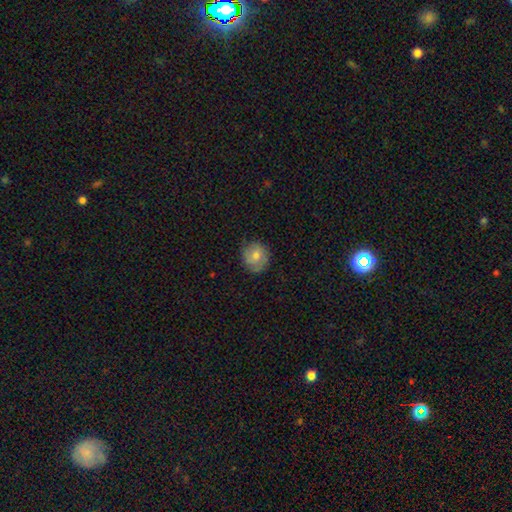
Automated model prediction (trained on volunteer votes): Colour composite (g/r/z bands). It shows a smooth galaxy with no disk features (70%) that is round (83%). Merging: none (77%).